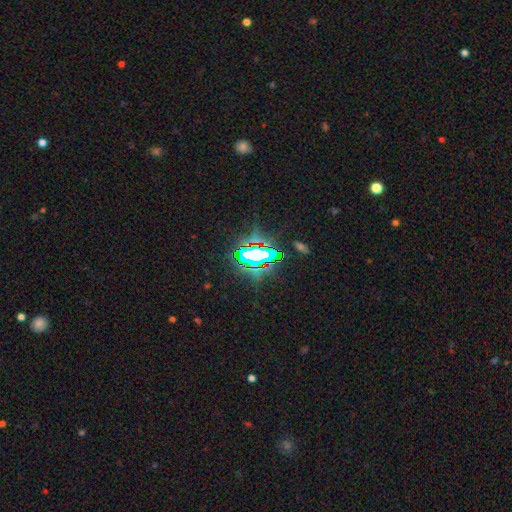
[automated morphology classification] Smooth or featured?
  - star or artifact: 69% *
  - smooth: 16%
  - featured or disk: 14%